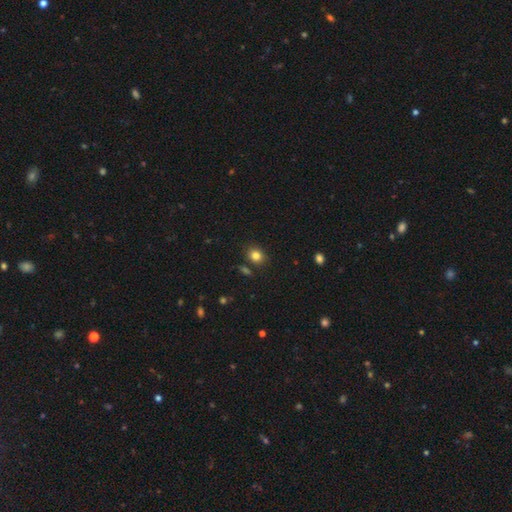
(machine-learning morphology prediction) A smooth galaxy with no disk features (82%) that is round (62%). Merging: none (83%).